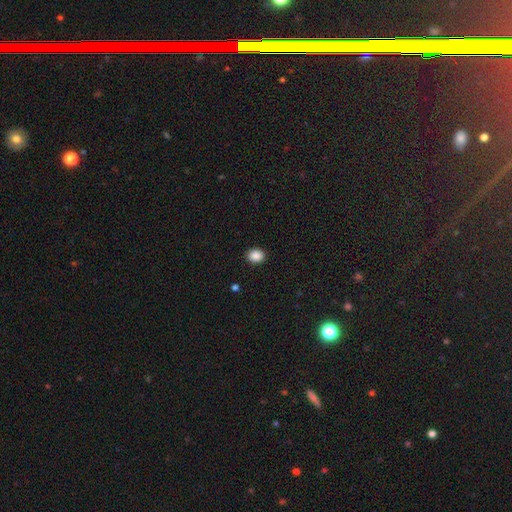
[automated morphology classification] Overall: smooth (88%). How rounded: round (55%; in between 44%). Merging: none (91%).